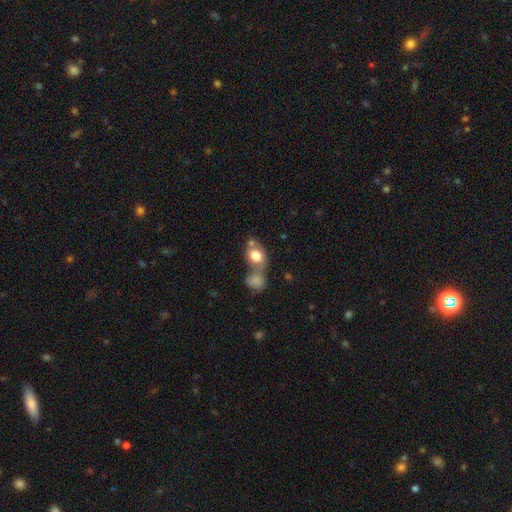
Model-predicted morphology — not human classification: Smooth or featured? smooth (76%)
How rounded? in between (63%)
Merging? merger (47%)